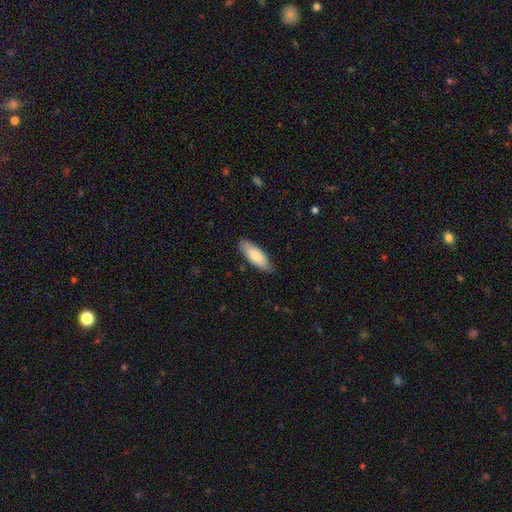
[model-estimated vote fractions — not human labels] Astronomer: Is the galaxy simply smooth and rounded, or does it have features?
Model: smooth — 77%.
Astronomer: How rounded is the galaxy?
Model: in between — 66%.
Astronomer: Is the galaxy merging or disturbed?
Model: none — 84%.